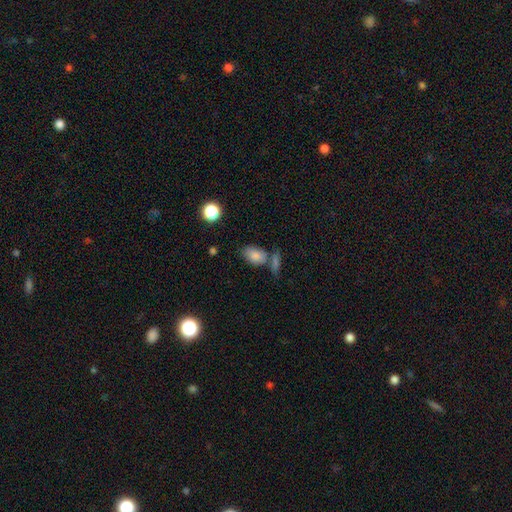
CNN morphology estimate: This appears to be a smooth galaxy with no disk features (83%) that is in between round and cigar-shaped (87%). Merging: none (56%).